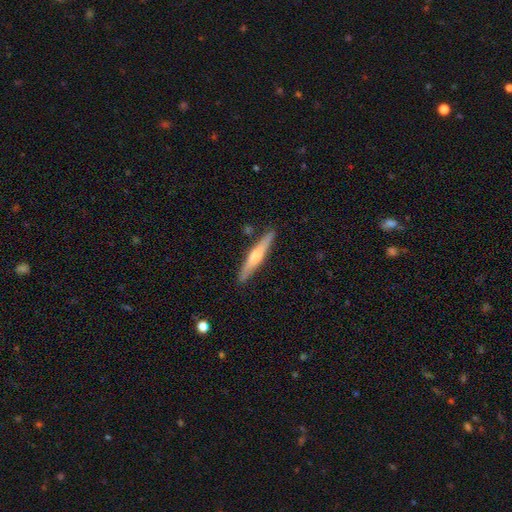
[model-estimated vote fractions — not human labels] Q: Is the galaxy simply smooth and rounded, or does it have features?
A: featured or disk — 55%.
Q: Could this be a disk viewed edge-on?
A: yes — 96%.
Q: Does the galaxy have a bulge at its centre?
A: rounded — 83%.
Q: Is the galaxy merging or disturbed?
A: none — 88%.